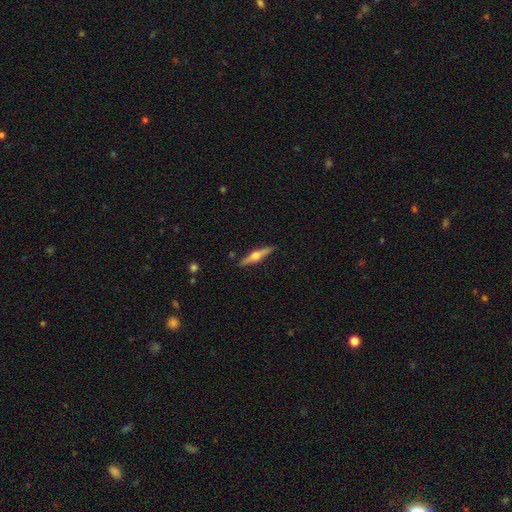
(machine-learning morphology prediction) Overall: featured or disk (69%). Edge-on disk: yes (97%). Edge-on bulge: rounded (95%). Merging: none (90%).